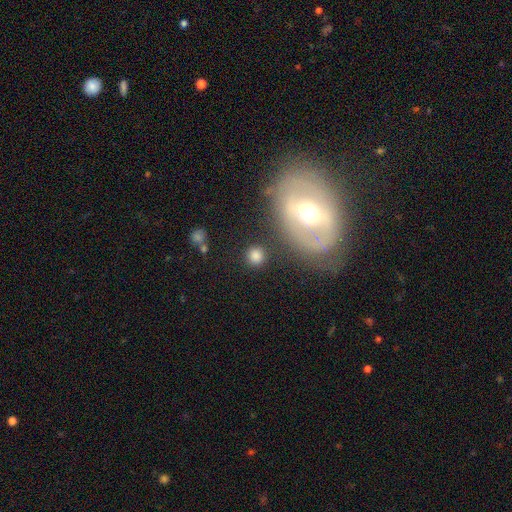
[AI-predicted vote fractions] Smooth or featured: smooth — 80% (star or artifact — 11%)
How rounded: round — 91% (in between — 8%)
Merging: none — 84% (minor disturbance — 8%)